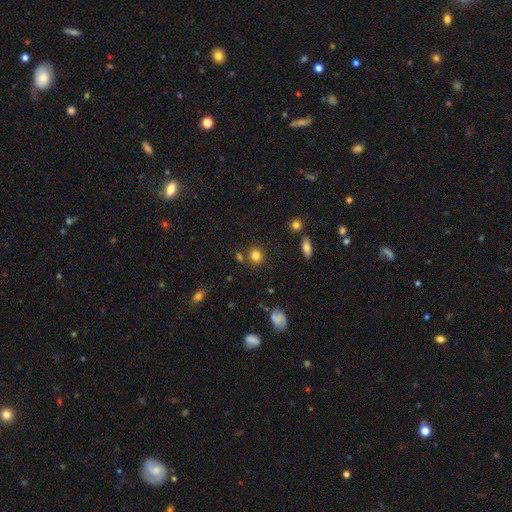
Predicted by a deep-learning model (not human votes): Smooth or featured? Predicted: smooth (p=0.81). How rounded? Predicted: round (p=0.86). Merging? Predicted: none (p=0.78).